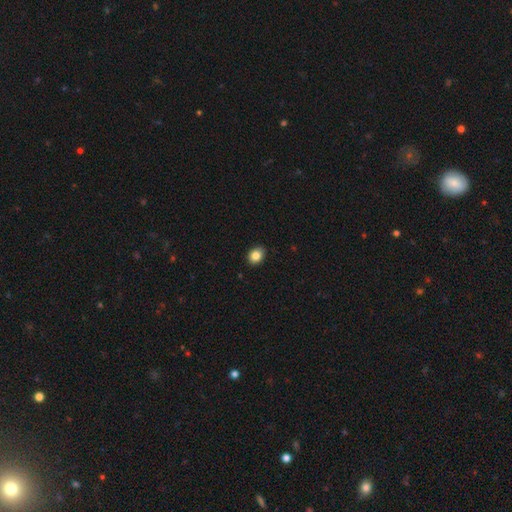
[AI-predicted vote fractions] smooth 85%, star or artifact 9%, featured or disk 6%. Down the decision tree: how rounded — in between (59%); merging — none (87%).